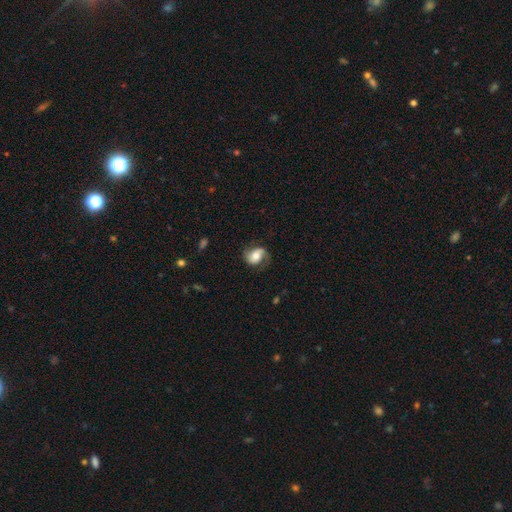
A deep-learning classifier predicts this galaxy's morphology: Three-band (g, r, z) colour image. It shows a featured or disk galaxy (54%) with no bar (50%), spiral arms (86%) and a moderate central bulge (55%). Merging: none (60%).